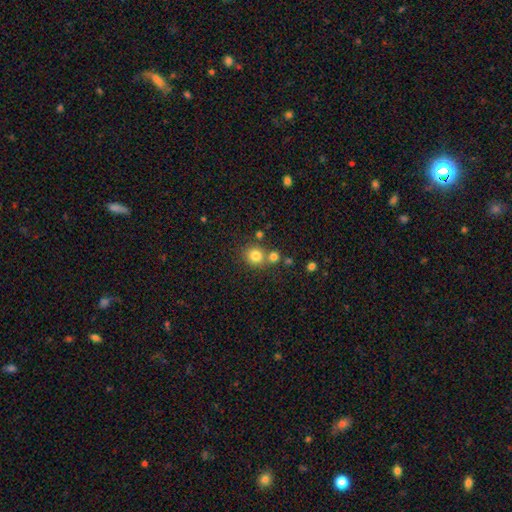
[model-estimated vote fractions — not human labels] The model was most divided on "merging": none: 64%, merger: 25%, minor disturbance: 8%, major disturbance: 3%. More confident: how rounded — round (86%); smooth or featured — smooth (81%).